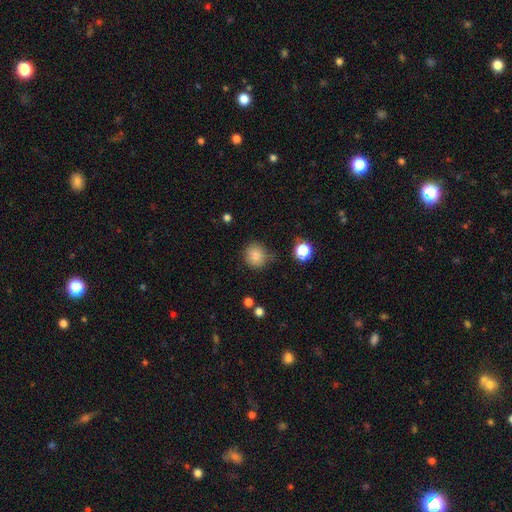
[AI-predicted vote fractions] Smooth or featured: smooth — 84% (star or artifact — 11%)
How rounded: round — 87% (in between — 12%)
Merging: none — 77% (minor disturbance — 16%)